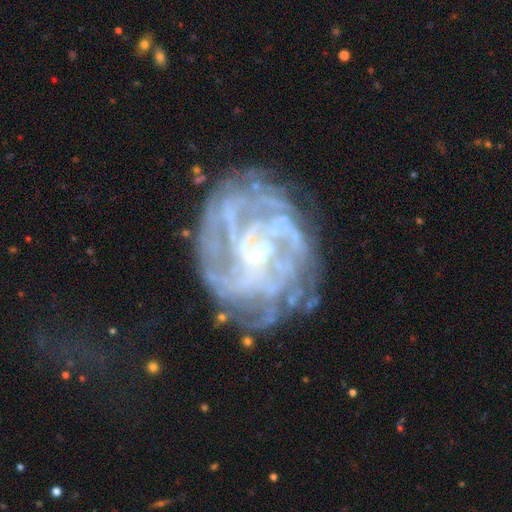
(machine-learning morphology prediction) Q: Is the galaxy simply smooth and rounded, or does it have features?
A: featured or disk — 86%.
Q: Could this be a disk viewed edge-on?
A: no — 97%.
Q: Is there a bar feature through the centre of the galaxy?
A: no — 48%.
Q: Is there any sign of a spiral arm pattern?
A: yes — 91%.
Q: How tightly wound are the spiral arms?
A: tight — 60%.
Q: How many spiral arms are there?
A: can't tell — 34%.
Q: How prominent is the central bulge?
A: small — 79%.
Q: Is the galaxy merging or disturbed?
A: none — 68%.